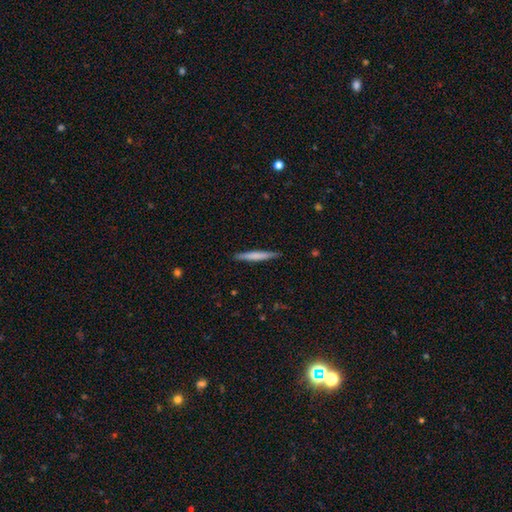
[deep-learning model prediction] smooth-or-featured: smooth: 63% | featured or disk: 31% | star or artifact: 5%
  how-rounded: cigar-shaped: 95% | in between: 3% | round: 1%
  merging: none: 89% | minor disturbance: 8% | major disturbance: 1% | merger: 1%